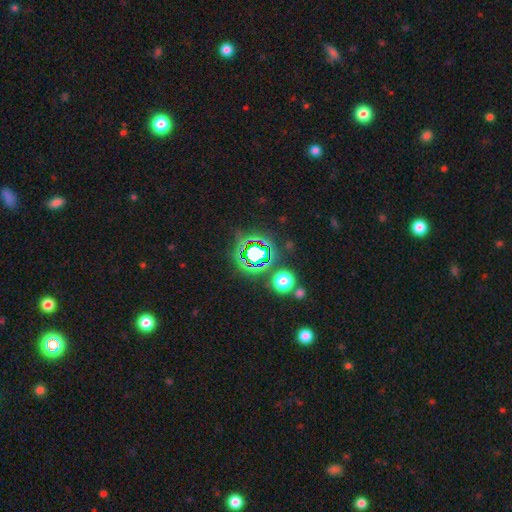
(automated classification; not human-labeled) Smooth or featured? Predicted: star or artifact (p=0.69).